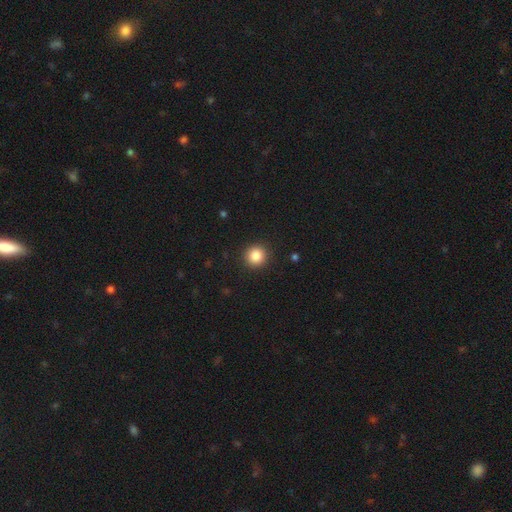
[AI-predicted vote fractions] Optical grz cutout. It shows a smooth galaxy with no disk features (86%) that is round (94%). Merging: none (92%).